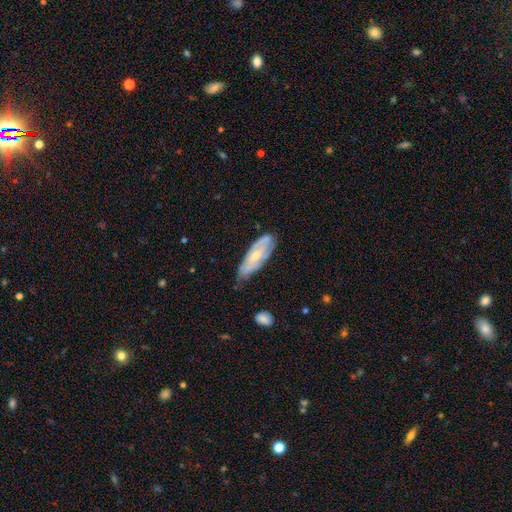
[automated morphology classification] Q: Smooth or featured?
A: featured or disk (56%); runner-up: smooth (37%)
Q: Edge-on disk?
A: no (76%); runner-up: yes (24%)
Q: Merging?
A: none (57%); runner-up: minor disturbance (33%)